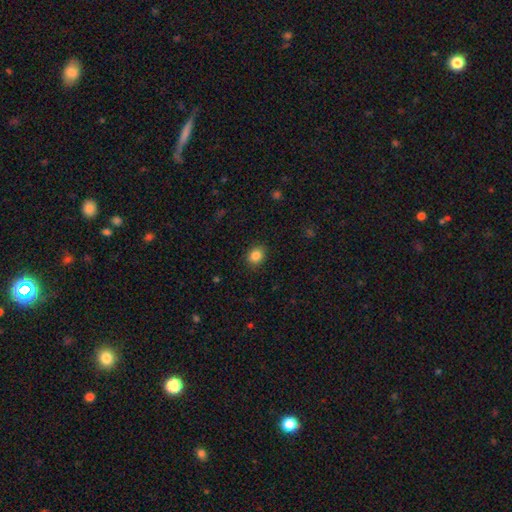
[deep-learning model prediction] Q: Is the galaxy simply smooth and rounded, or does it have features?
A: smooth — 85%.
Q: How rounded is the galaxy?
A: round — 59%.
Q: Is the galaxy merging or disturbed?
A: none — 89%.